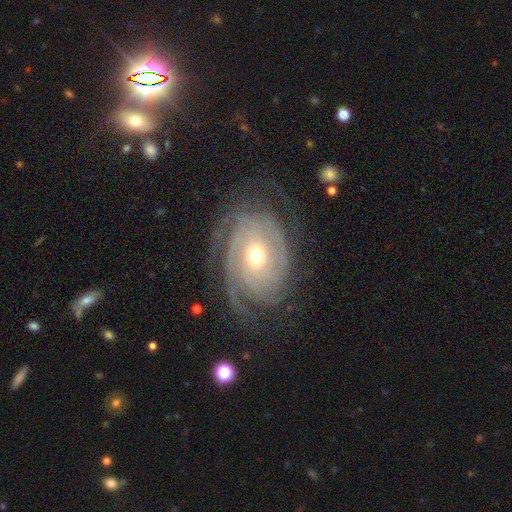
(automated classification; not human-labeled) This appears to be a featured or disk galaxy (89%) with no bar (71%), 2 (27%) tight (75%) spiral arms (97%) and a small central bulge (48%, tied with moderate). Merging: none (72%).